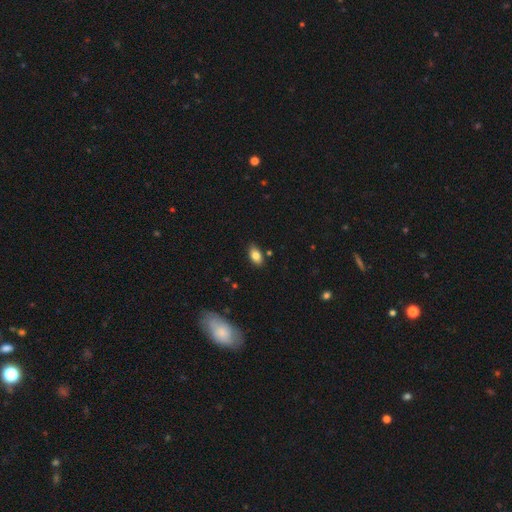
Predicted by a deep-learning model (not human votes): Smooth or featured? smooth (82%)
How rounded? in between (92%)
Merging? none (83%)